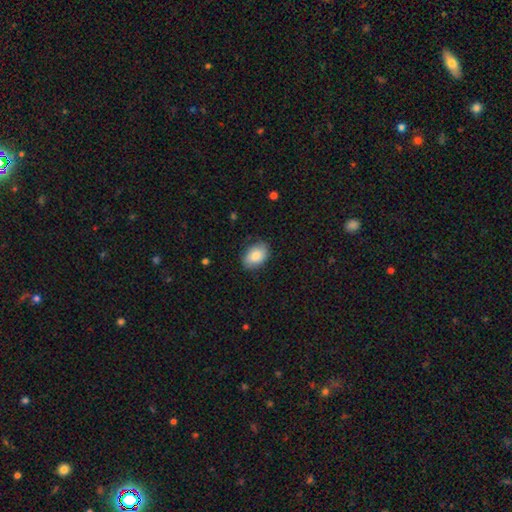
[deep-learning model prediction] Smooth or featured? Predicted: smooth (p=0.82). How rounded? Predicted: in between (p=0.85). Merging? Predicted: none (p=0.81).